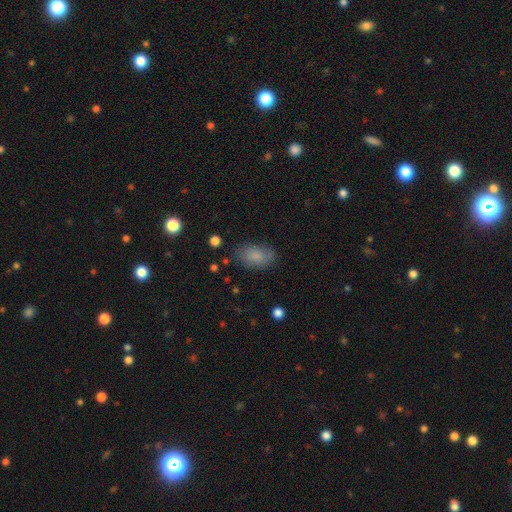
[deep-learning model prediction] A smooth galaxy with no disk features (81%) that is in between round and cigar-shaped (89%). Merging: none (75%).